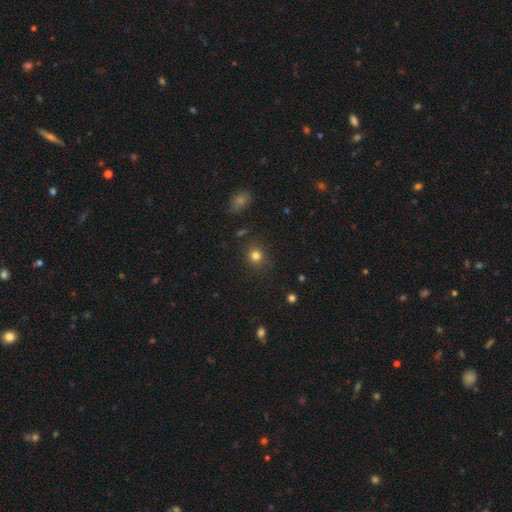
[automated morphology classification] Smooth or featured: smooth — 80% (star or artifact — 14%)
How rounded: round — 85% (in between — 14%)
Merging: none — 85% (minor disturbance — 10%)